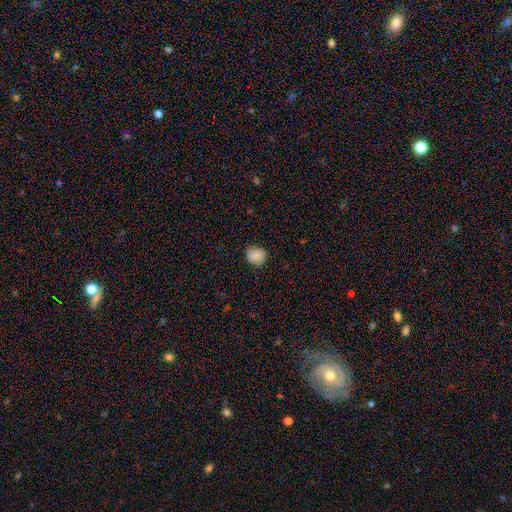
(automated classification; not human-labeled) Smooth or featured? Predicted: smooth (p=0.81). How rounded? Predicted: round (p=0.82). Merging? Predicted: none (p=0.81).